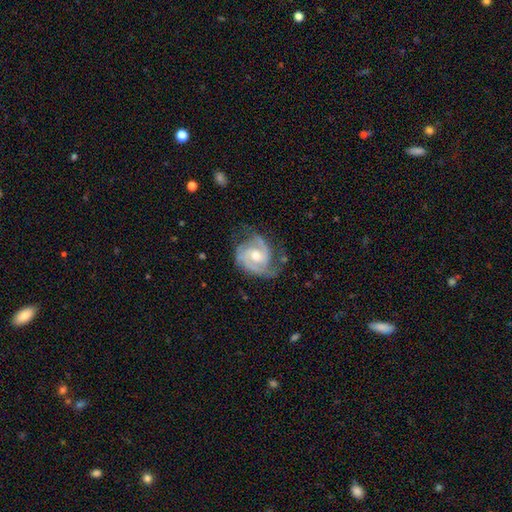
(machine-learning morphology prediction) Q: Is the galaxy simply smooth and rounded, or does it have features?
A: featured or disk — 87%.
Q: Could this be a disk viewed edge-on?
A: no — 98%.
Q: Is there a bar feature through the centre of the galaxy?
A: no — 56%.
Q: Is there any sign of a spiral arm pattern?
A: yes — 96%.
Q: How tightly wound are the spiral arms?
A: medium — 47%.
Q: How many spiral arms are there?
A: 2 — 55%.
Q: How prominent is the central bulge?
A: moderate — 68%.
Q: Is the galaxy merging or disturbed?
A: none — 59%.